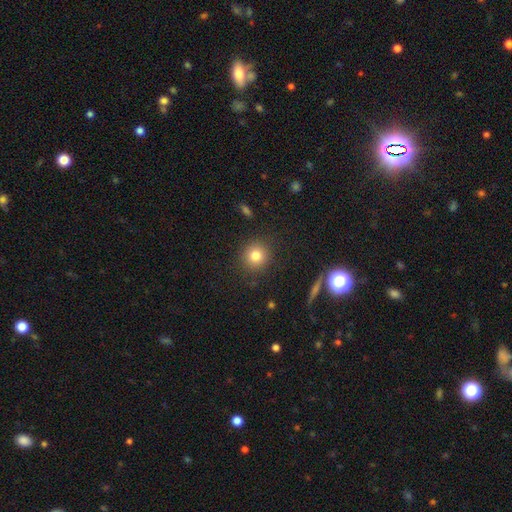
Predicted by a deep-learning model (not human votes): A smooth galaxy with no disk features (80%) that is round (90%). Merging: none (89%).